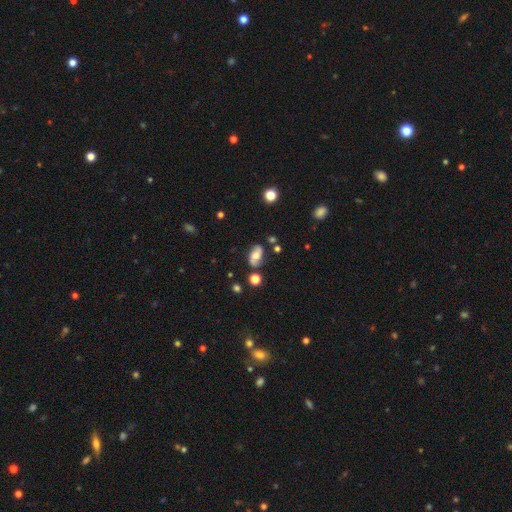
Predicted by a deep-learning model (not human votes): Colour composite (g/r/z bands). It shows a featured or disk galaxy (49%). Merging: none (69%).